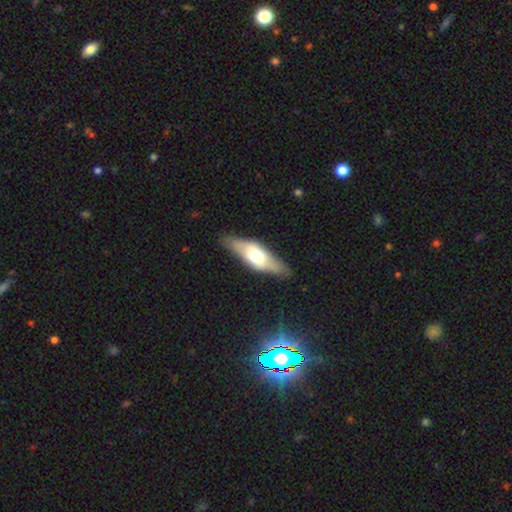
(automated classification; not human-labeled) Overall: smooth (49%; featured or disk 46%). Merging: none (82%).